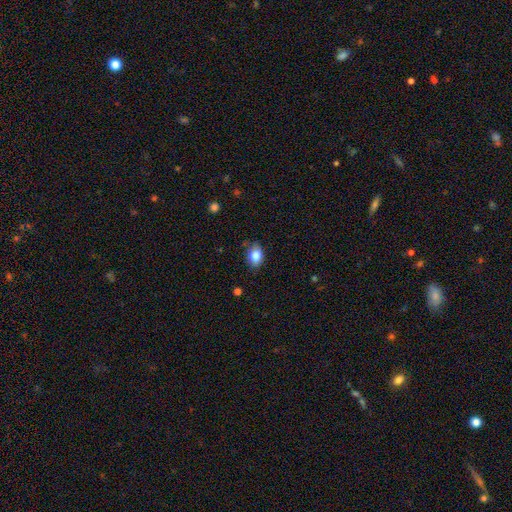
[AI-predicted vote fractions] Smooth or featured?
  - smooth: 83% *
  - featured or disk: 9%
  - star or artifact: 9%
How rounded?
  - in between: 79% *
  - round: 20%
  - cigar-shaped: 1%
Merging?
  - none: 80% *
  - minor disturbance: 16%
  - major disturbance: 3%
  - merger: 1%